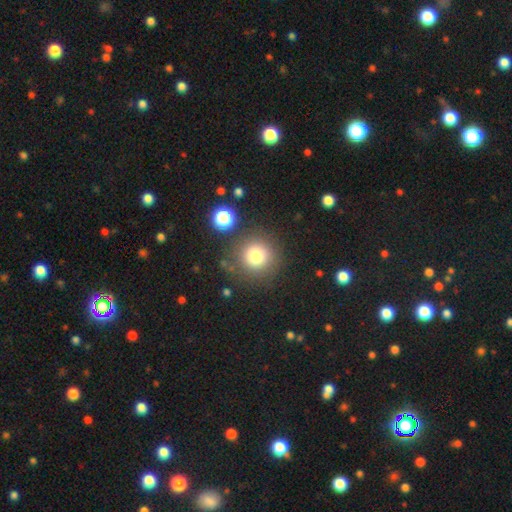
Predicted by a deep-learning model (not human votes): The model was most divided on "smooth or featured": smooth: 78%, star or artifact: 13%, featured or disk: 9%. More confident: how rounded — round (95%); merging — none (81%).